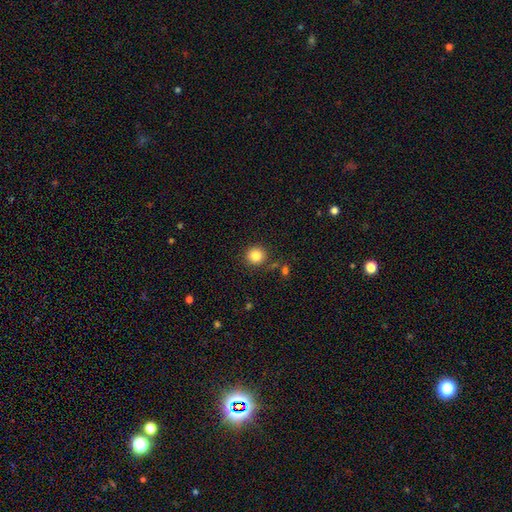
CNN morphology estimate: Q: Smooth or featured?
A: smooth (85%); runner-up: star or artifact (11%)
Q: How rounded?
A: round (92%); runner-up: in between (7%)
Q: Merging?
A: none (86%); runner-up: minor disturbance (8%)